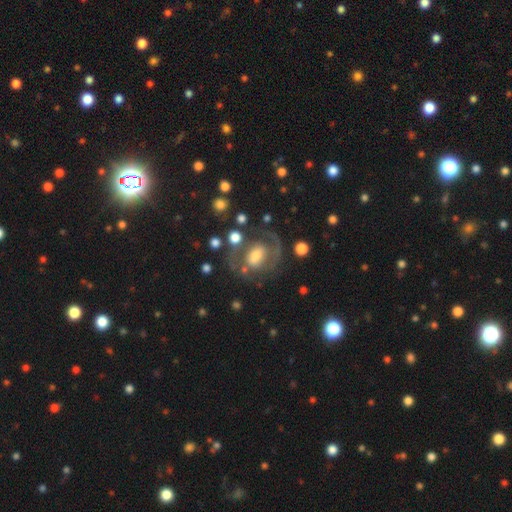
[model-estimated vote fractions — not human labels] A featured or disk galaxy (74%) with a weak bar (44%), 2 (69%) medium (48%) spiral arms (81%) and a moderate central bulge (51%). Merging: none (67%).